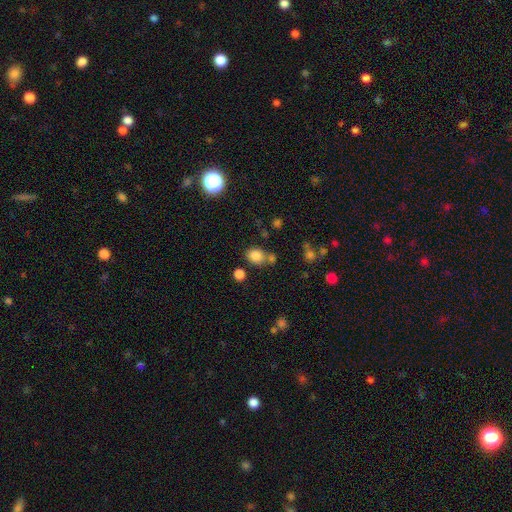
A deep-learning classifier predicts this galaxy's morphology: smooth 82%, star or artifact 12%, featured or disk 5%. Down the decision tree: how rounded — round (60%); merging — none (66%).